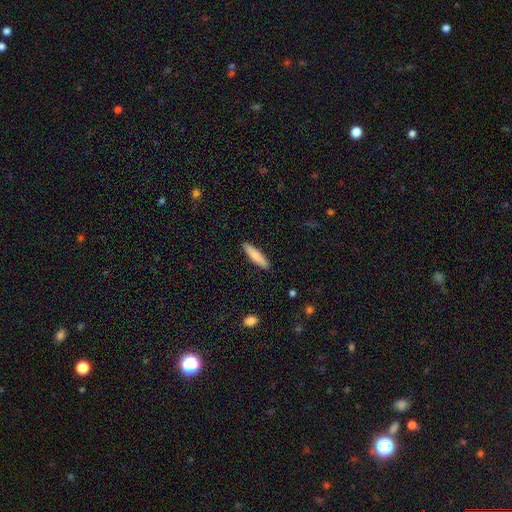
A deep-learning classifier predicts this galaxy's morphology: A smooth galaxy with no disk features (81%) that is cigar-shaped (86%).

Vote fractions:
- Smooth or featured? smooth: 81% / featured or disk: 14% / star or artifact: 5%
- How rounded? cigar-shaped: 86% / in between: 13% / round: 1%
- Merging? none: 90% / minor disturbance: 7% / major disturbance: 2% / merger: 1%